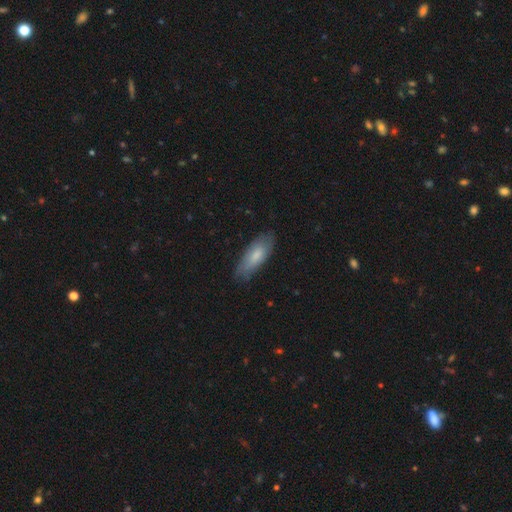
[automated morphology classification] Smooth or featured? smooth (74%)
How rounded? in between (68%)
Merging? none (77%)